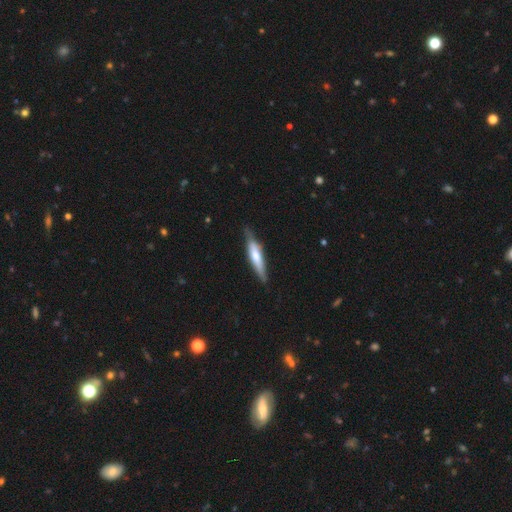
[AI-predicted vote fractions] smooth-or-featured: smooth: 50% | featured or disk: 45% | star or artifact: 5%
  merging: none: 75% | minor disturbance: 20% | major disturbance: 3% | merger: 1%